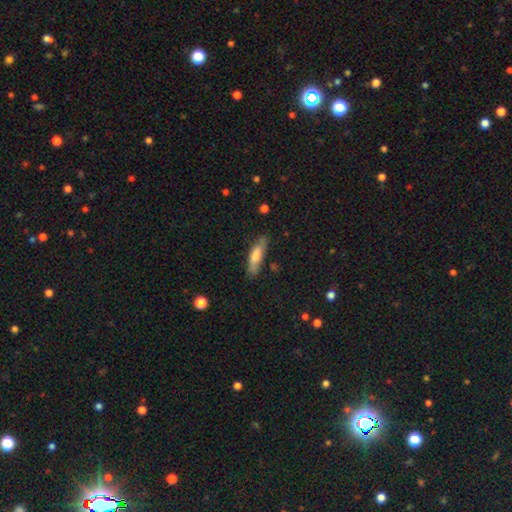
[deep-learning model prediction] This appears to be a smooth galaxy with no disk features (64%) that is cigar-shaped (68%). Merging: none (76%).